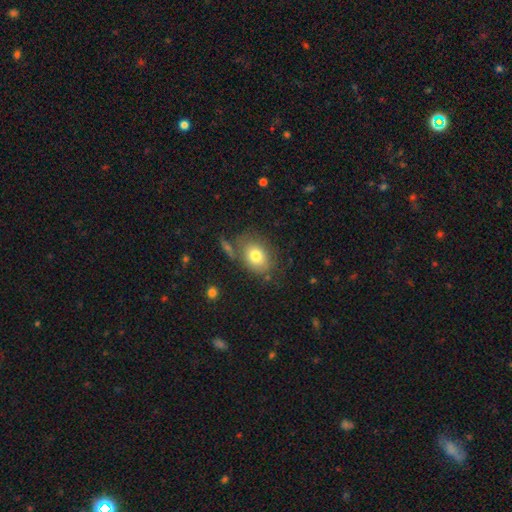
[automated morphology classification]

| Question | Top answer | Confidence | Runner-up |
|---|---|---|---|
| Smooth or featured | smooth | 78% | featured or disk (13%) |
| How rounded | in between | 72% | round (26%) |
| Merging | none | 68% | minor disturbance (17%) |